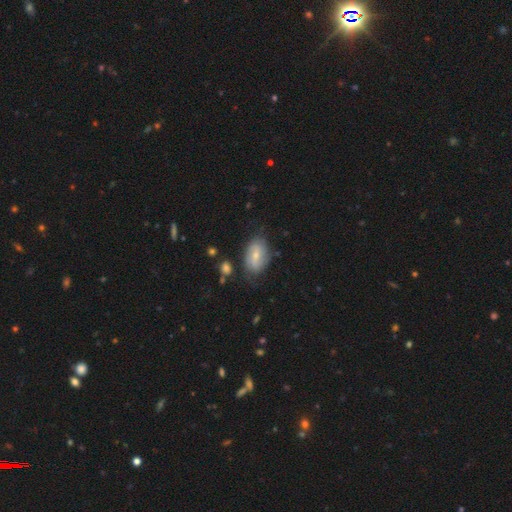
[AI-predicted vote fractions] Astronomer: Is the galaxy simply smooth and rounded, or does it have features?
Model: smooth — 48% (runner-up: featured or disk, 45%).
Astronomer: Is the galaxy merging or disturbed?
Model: none — 69%.